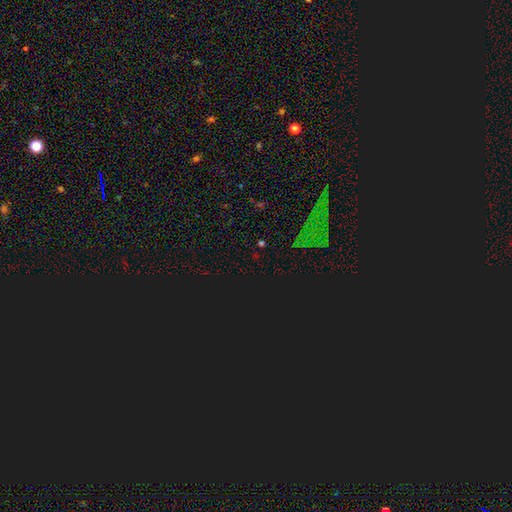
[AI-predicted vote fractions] Smooth or featured? Predicted: star or artifact (p=0.75).